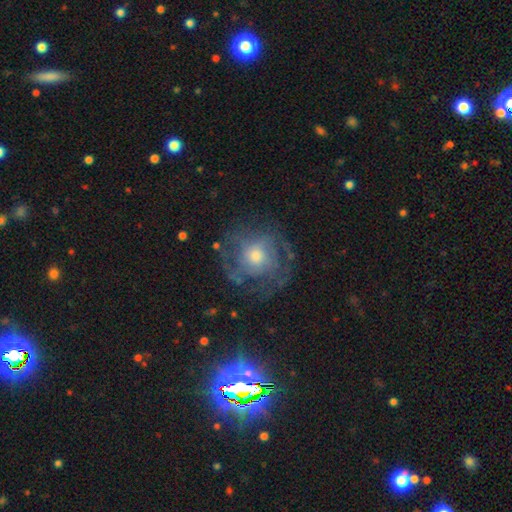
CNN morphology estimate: A featured or disk galaxy (64%) with no bar (80%), spiral arms (70%) and a moderate central bulge (59%).

Vote fractions:
- Smooth or featured? featured or disk: 64% / smooth: 24% / star or artifact: 11%
- Edge-on disk? no: 97% / yes: 3%
- Bar? no: 80% / weak: 17% / strong: 3%
- Spiral arms? yes: 70% / no: 30%
- Bulge size? moderate: 59% / small: 28% / large: 10% / none: 2% / dominant: 1%
- Merging? none: 65% / minor disturbance: 17% / major disturbance: 16% / merger: 2%